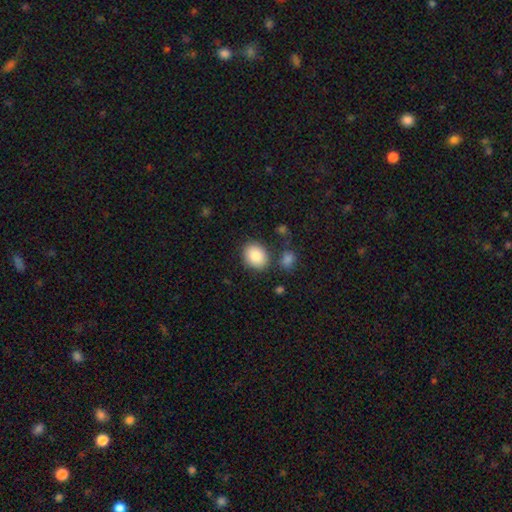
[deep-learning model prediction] smooth_or_featured: smooth (p=0.87) [alt: star or artifact p=0.07]
how_rounded: in between (p=0.56) [alt: round p=0.44]
merging: none (p=0.80) [alt: minor disturbance p=0.11]